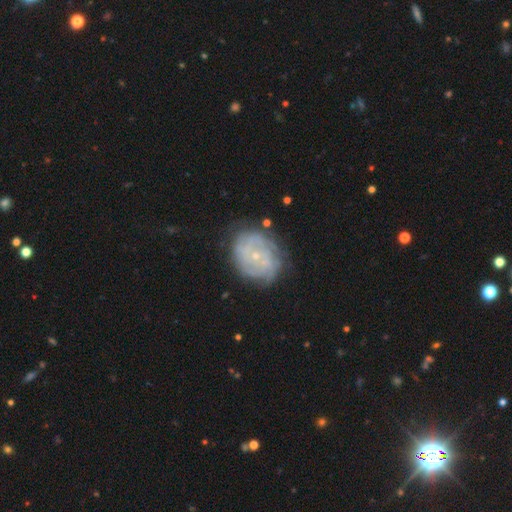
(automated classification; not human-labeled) The model was most divided on "spiral arm count": can't tell: 50%, 4: 13%, 2: 13%, 3: 12%, more than 4: 7%, 1: 5%. More confident: edge-on disk — no (97%); spiral arms — yes (83%); bulge size — small (81%); bar — no (81%); smooth or featured — featured or disk (75%); merging — none (72%); spiral winding — tight (71%).